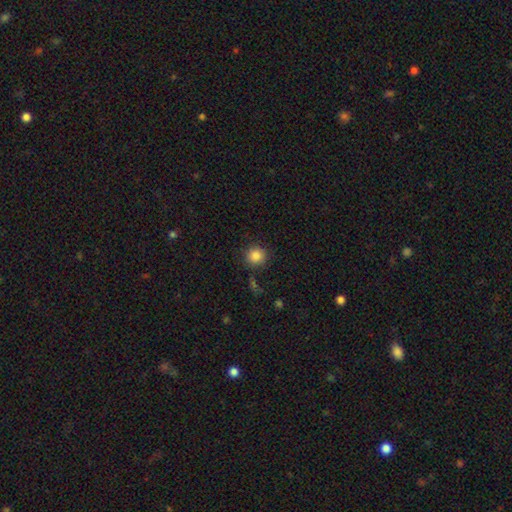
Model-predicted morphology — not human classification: The model was most divided on "smooth or featured": smooth: 85%, star or artifact: 10%, featured or disk: 5%. More confident: how rounded — round (92%); merging — none (86%).